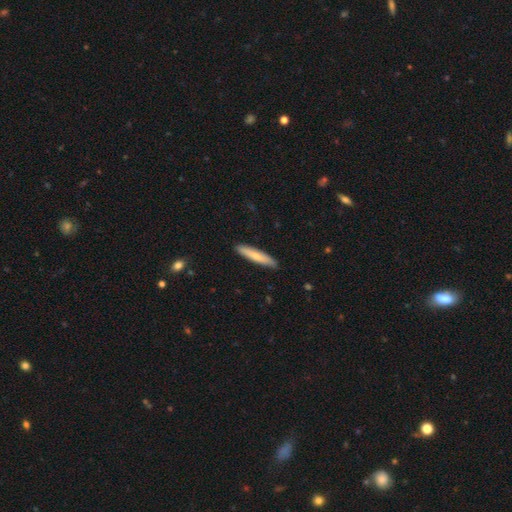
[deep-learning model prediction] smooth-or-featured: smooth: 70% | featured or disk: 25% | star or artifact: 5%
  how-rounded: cigar-shaped: 90% | in between: 8% | round: 1%
  merging: none: 88% | minor disturbance: 9% | major disturbance: 1% | merger: 1%